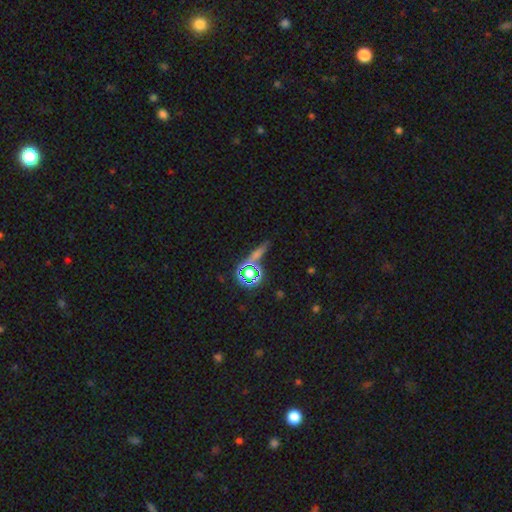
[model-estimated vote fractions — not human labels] smooth_or_featured: star or artifact (p=0.53) [alt: smooth p=0.31]